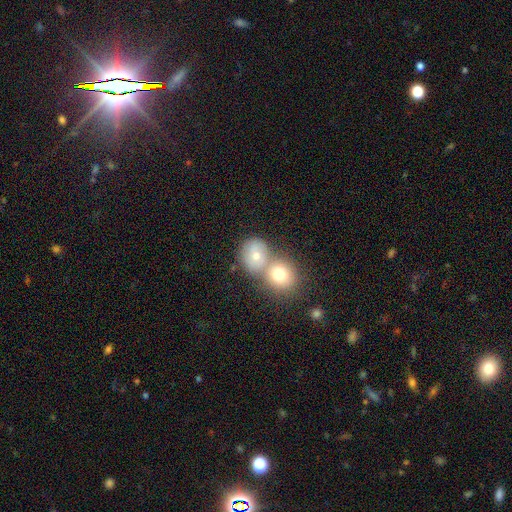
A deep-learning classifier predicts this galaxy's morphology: This appears to be a smooth galaxy with no disk features (72%) that is round (77%). Merging: merger (51%).